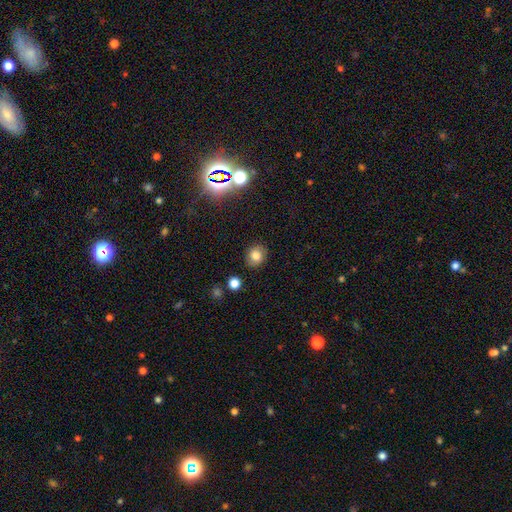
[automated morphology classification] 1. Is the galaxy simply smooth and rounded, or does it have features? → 78% smooth, 13% star or artifact, 10% featured or disk.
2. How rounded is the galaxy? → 63% round, 37% in between, 1% cigar-shaped.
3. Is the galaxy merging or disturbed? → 86% none, 10% minor disturbance, 3% major disturbance, 2% merger.